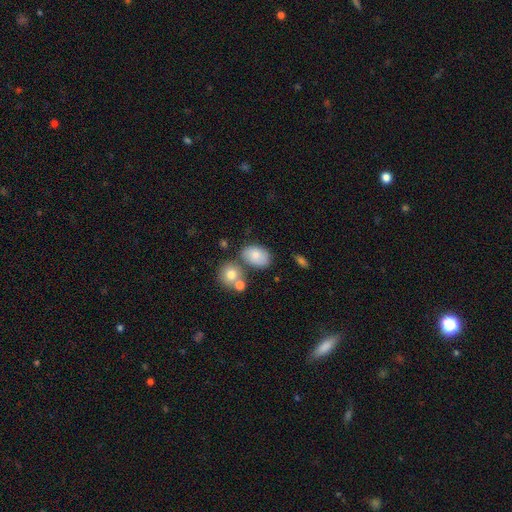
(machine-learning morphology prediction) Overall: smooth (75%). How rounded: in between (82%). Merging: none (57%; minor disturbance 20%).